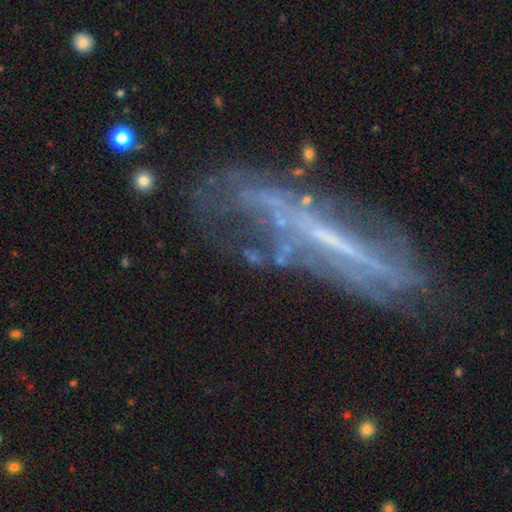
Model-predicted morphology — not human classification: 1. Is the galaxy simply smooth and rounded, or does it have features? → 64% featured or disk, 18% star or artifact, 18% smooth.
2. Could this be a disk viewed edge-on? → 68% no, 32% yes.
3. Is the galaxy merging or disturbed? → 48% none, 26% major disturbance, 18% minor disturbance, 7% merger.